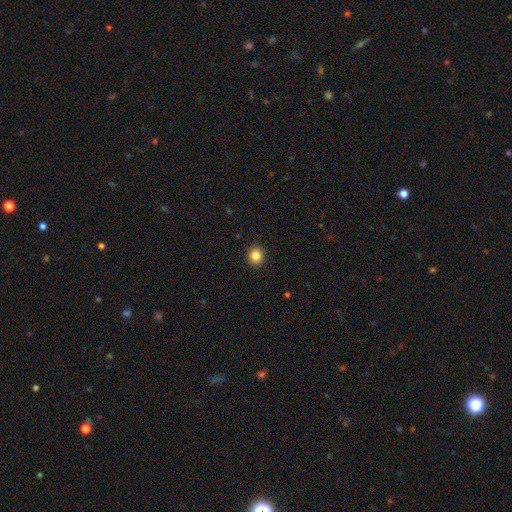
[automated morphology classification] Smooth or featured? Predicted: smooth (p=0.85). How rounded? Predicted: round (p=0.83). Merging? Predicted: none (p=0.92).